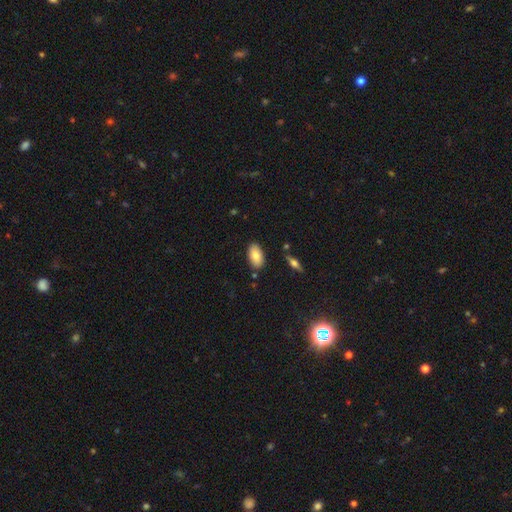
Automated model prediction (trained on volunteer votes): smooth_or_featured: smooth (p=0.81) [alt: featured or disk p=0.12]
how_rounded: in between (p=0.94) [alt: cigar-shaped p=0.03]
merging: none (p=0.85) [alt: minor disturbance p=0.10]